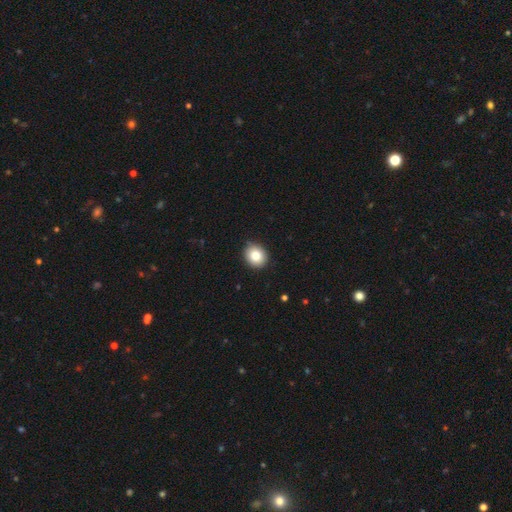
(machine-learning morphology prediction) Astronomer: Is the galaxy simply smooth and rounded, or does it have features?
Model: smooth — 83%.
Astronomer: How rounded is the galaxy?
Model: round — 73%.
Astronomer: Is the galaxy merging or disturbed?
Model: none — 88%.